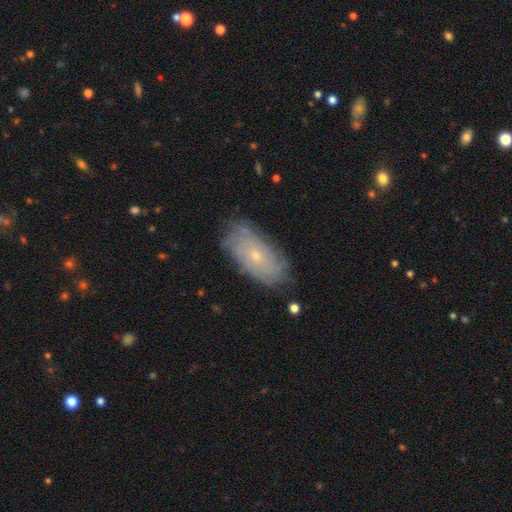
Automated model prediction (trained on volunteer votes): Smooth or featured?
  - featured or disk: 56% *
  - smooth: 36%
  - star or artifact: 9%
Edge-on disk?
  - no: 91% *
  - yes: 9%
Bar?
  - no: 86% *
  - weak: 12%
  - strong: 2%
Spiral arms?
  - yes: 72% *
  - no: 28%
Bulge size?
  - small: 77% *
  - moderate: 20%
  - none: 1%
  - large: 1%
  - dominant: 1%
Merging?
  - none: 77% *
  - minor disturbance: 18%
  - major disturbance: 4%
  - merger: 1%